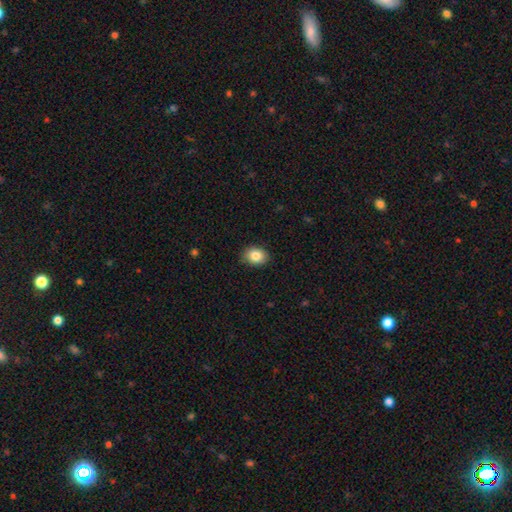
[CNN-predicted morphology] This appears to be a smooth galaxy with no disk features (85%) that is in between round and cigar-shaped (57%). Merging: none (86%).